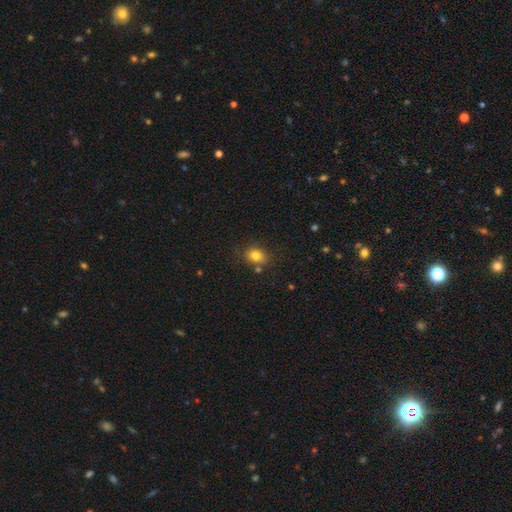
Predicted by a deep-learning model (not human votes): This is clearly a smooth galaxy (81%). How rounded: possibly in between (52%). Merging: likely none (76%).